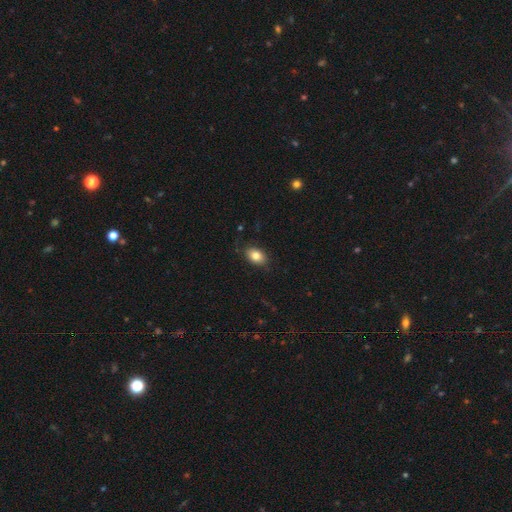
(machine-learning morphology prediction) This appears to be a smooth galaxy with no disk features (83%) that is in between round and cigar-shaped (83%). Merging: none (84%).